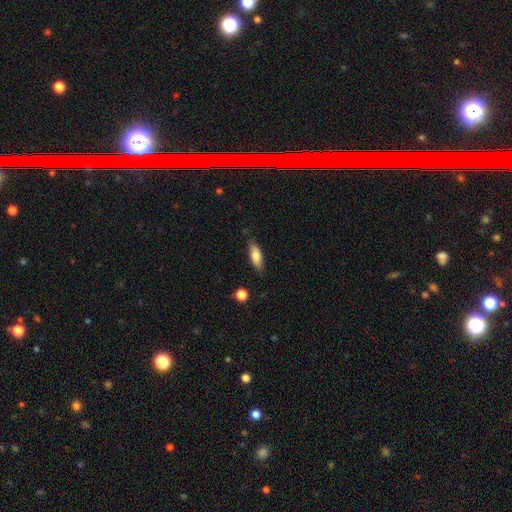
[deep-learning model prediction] Q: Smooth or featured?
A: smooth (80%); runner-up: featured or disk (13%)
Q: How rounded?
A: in between (69%); runner-up: cigar-shaped (28%)
Q: Merging?
A: none (81%); runner-up: minor disturbance (15%)